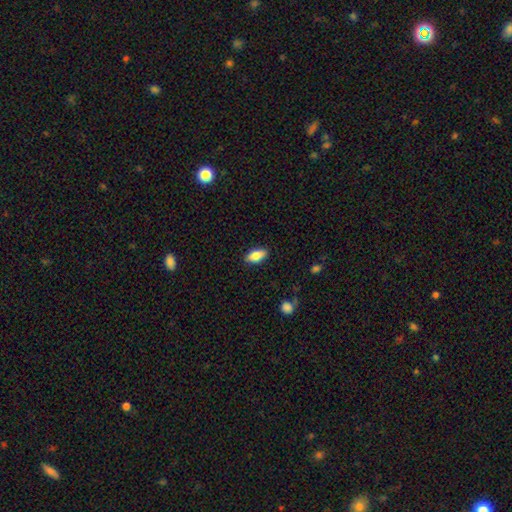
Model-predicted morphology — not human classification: This appears to be a smooth galaxy with no disk features (80%) that is in between round and cigar-shaped (86%). Merging: none (87%).